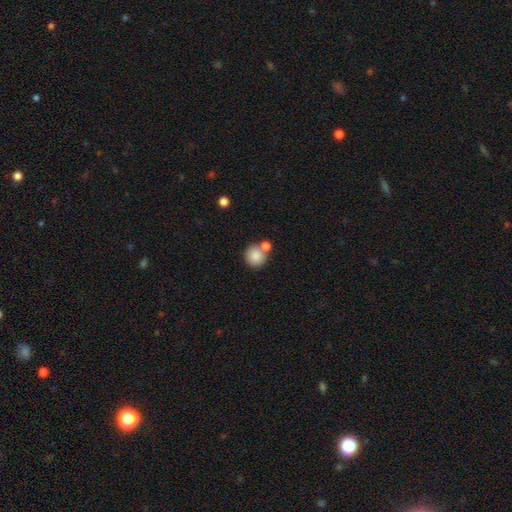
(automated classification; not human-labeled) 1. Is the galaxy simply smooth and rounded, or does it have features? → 84% smooth, 9% star or artifact, 7% featured or disk.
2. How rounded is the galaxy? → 91% round, 8% in between, 1% cigar-shaped.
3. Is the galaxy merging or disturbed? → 61% none, 27% merger, 9% minor disturbance, 3% major disturbance.